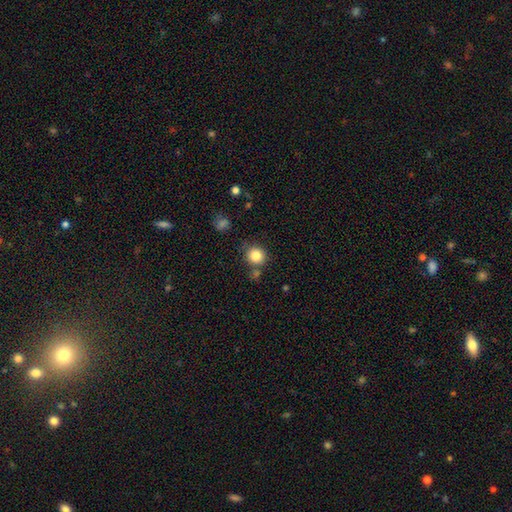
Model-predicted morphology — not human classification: This appears to be a smooth galaxy with no disk features (84%) that is round (89%). Merging: none (76%).